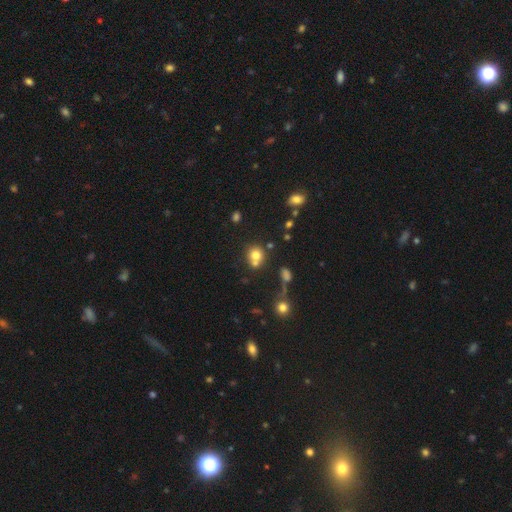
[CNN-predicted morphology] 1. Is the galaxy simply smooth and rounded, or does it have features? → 76% smooth, 13% star or artifact, 12% featured or disk.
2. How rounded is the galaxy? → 78% round, 21% in between, 1% cigar-shaped.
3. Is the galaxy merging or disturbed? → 49% none, 36% merger, 11% minor disturbance, 5% major disturbance.